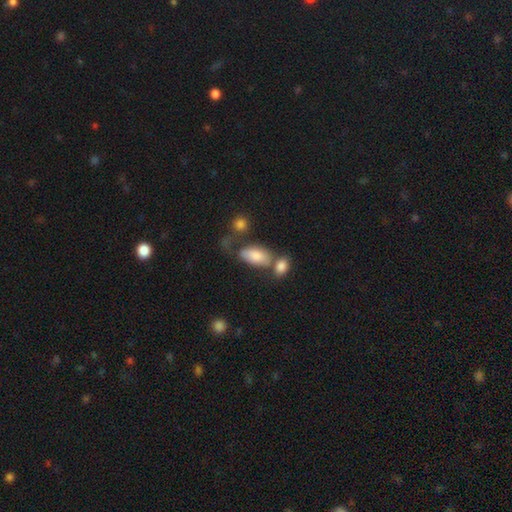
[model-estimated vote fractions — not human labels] A smooth galaxy with no disk features (78%) that is in between round and cigar-shaped (91%). Merging: none (42%).